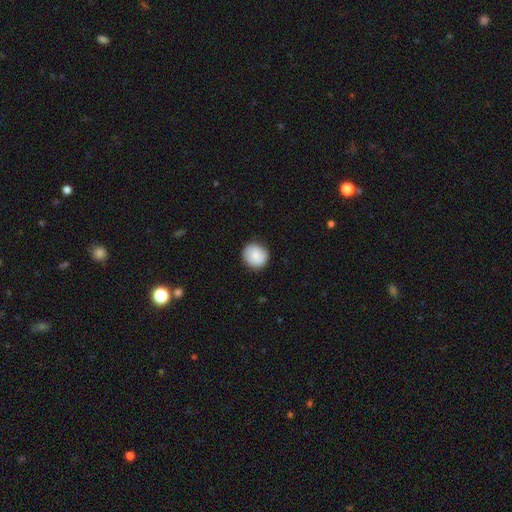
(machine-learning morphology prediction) A smooth galaxy with no disk features (82%) that is round (90%). Merging: none (86%).